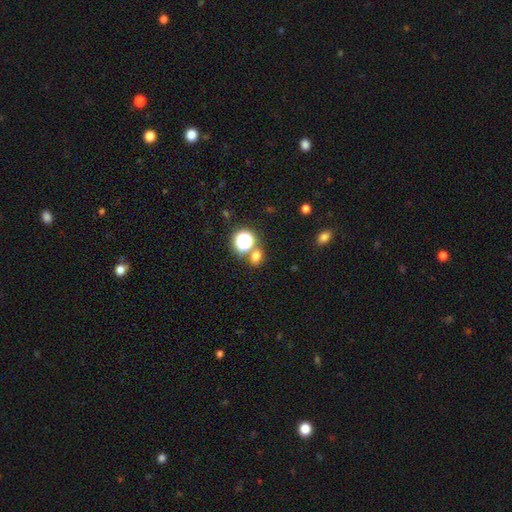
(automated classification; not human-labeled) smooth 66%, star or artifact 26%, featured or disk 7%. Down the decision tree: how rounded — round (56%); merging — none (68%).